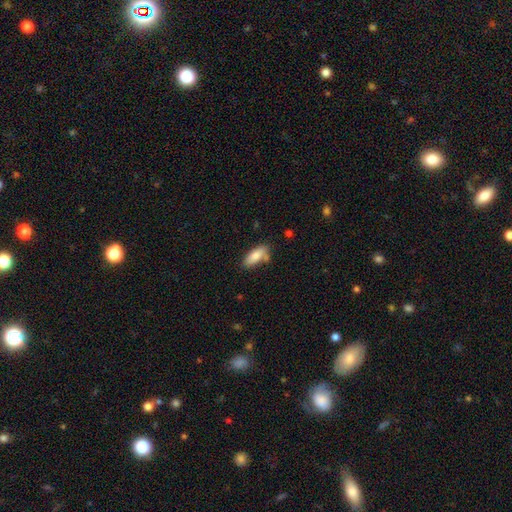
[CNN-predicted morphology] A smooth galaxy with no disk features (78%) that is in between round and cigar-shaped (74%).

Vote fractions:
- Smooth or featured? smooth: 78% / featured or disk: 15% / star or artifact: 7%
- How rounded? in between: 74% / cigar-shaped: 24% / round: 2%
- Merging? none: 65% / minor disturbance: 20% / merger: 10% / major disturbance: 4%